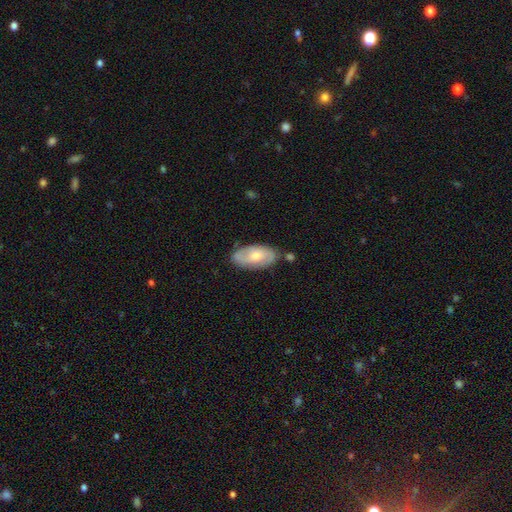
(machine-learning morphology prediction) type=smooth (48%); merging=none (74%).